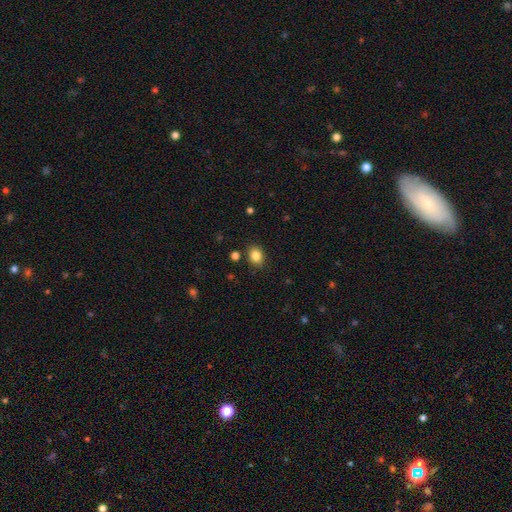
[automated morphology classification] The model was most divided on "how rounded": in between: 54%, round: 45%, cigar-shaped: 1%. More confident: merging — none (85%); smooth or featured — smooth (85%).